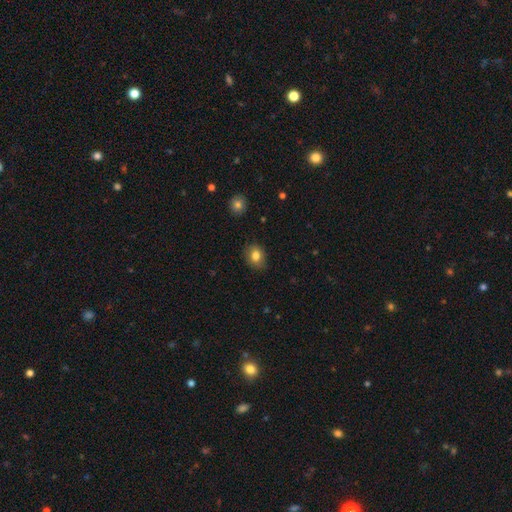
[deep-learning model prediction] Overall: smooth (81%). How rounded: in between (50%; round 49%). Merging: none (84%).